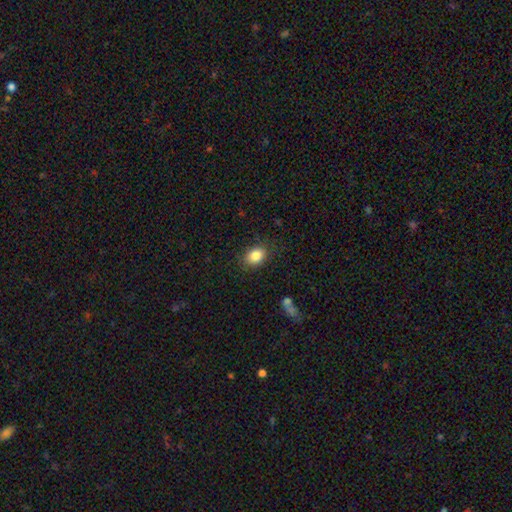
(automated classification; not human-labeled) smooth-or-featured: smooth: 85% | star or artifact: 9% | featured or disk: 6%
  how-rounded: in between: 62% | round: 37% | cigar-shaped: 1%
  merging: none: 84% | minor disturbance: 11% | major disturbance: 3% | merger: 1%